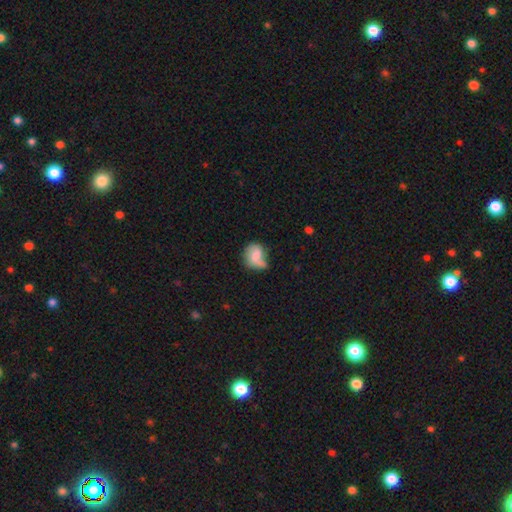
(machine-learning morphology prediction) Smooth or featured? smooth (56%)
How rounded? round (52%)
Merging? none (36%)